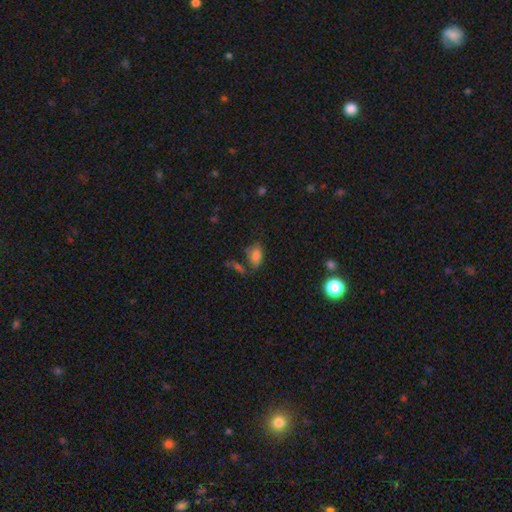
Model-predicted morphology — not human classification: Smooth or featured? smooth (77%)
How rounded? in between (89%)
Merging? none (52%)